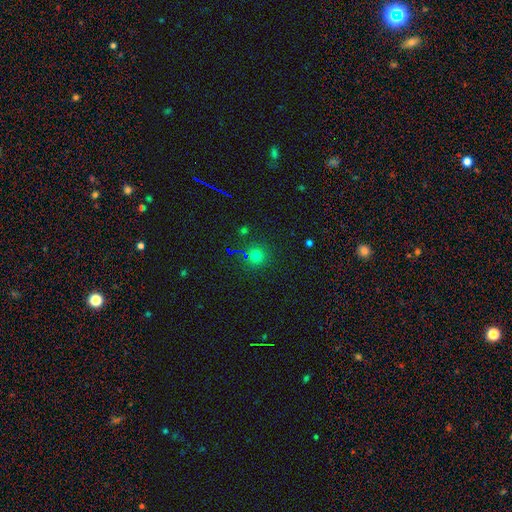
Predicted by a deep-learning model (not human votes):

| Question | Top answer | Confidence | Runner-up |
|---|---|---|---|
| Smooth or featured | smooth | 68% | star or artifact (25%) |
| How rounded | round | 94% | in between (5%) |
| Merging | none | 87% | minor disturbance (7%) |